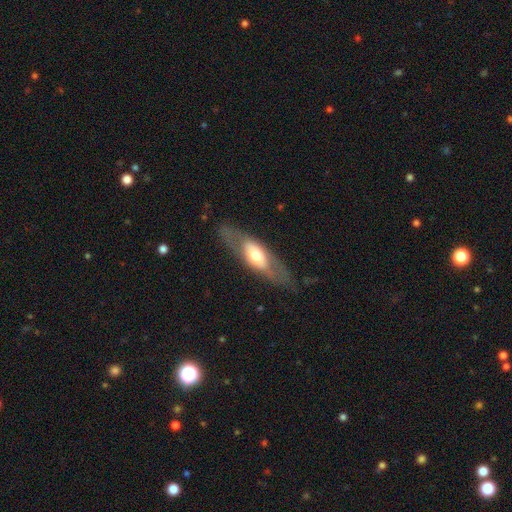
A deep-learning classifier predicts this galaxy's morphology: The model was most divided on "smooth or featured": featured or disk: 54%, smooth: 40%, star or artifact: 6%. More confident: merging — none (75%); edge-on disk — no (59%).